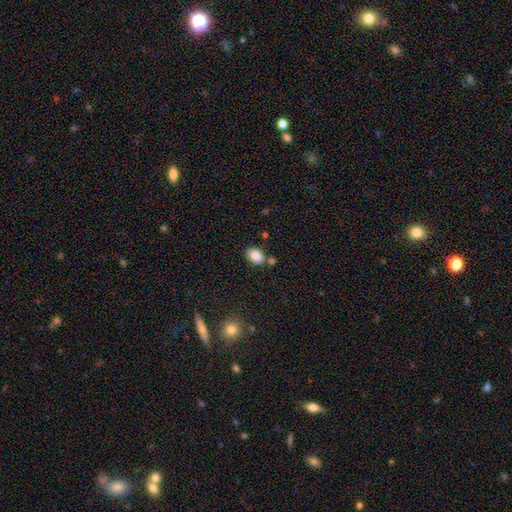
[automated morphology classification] smooth_or_featured: smooth (p=0.87) [alt: star or artifact p=0.09]
how_rounded: in between (p=0.81) [alt: round p=0.18]
merging: none (p=0.70) [alt: minor disturbance p=0.14]